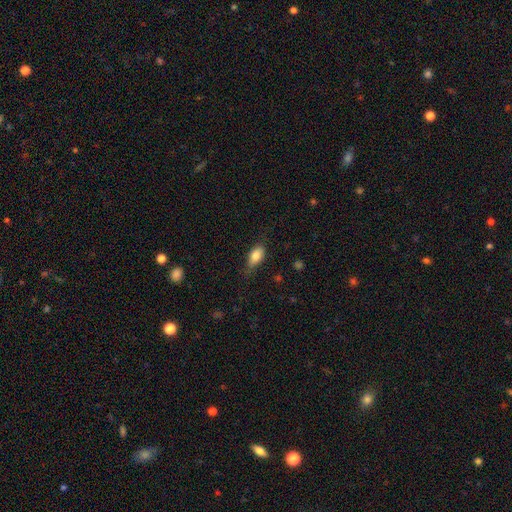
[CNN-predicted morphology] The model was most divided on "merging": none: 69%, minor disturbance: 24%, major disturbance: 6%, merger: 1%. More confident: how rounded — in between (86%); smooth or featured — smooth (79%).